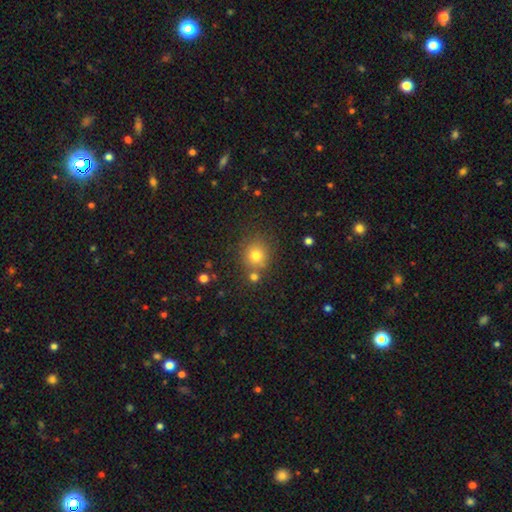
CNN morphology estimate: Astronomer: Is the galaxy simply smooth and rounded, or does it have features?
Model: smooth — 76%.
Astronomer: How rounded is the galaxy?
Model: round — 86%.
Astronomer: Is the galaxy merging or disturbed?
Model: none — 72%.